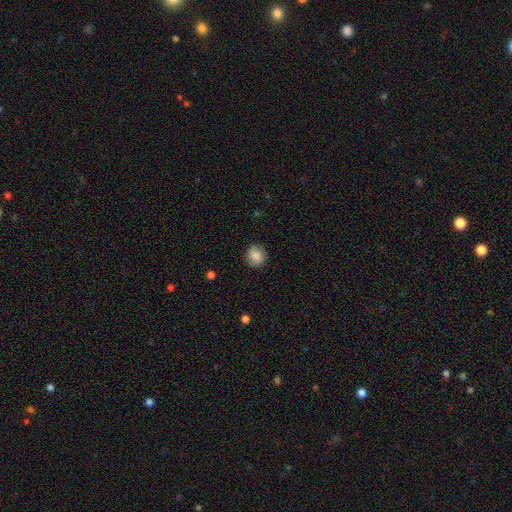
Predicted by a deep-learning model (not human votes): Overall: smooth (83%). How rounded: round (82%). Merging: none (85%).